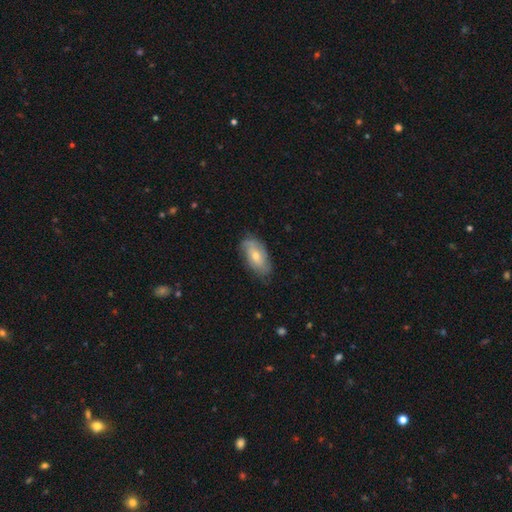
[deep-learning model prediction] This is possibly a featured or disk galaxy (47%). Merging: likely none (75%).